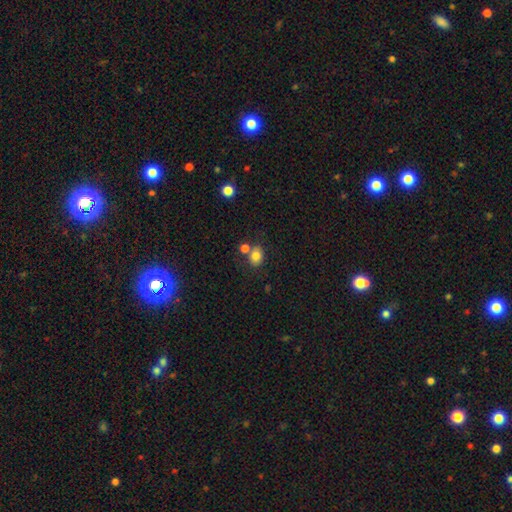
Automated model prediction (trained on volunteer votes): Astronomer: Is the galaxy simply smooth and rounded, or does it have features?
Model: smooth — 80%.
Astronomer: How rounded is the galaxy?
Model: round — 51% (runner-up: in between, 49%).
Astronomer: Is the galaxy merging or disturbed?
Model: none — 60%.